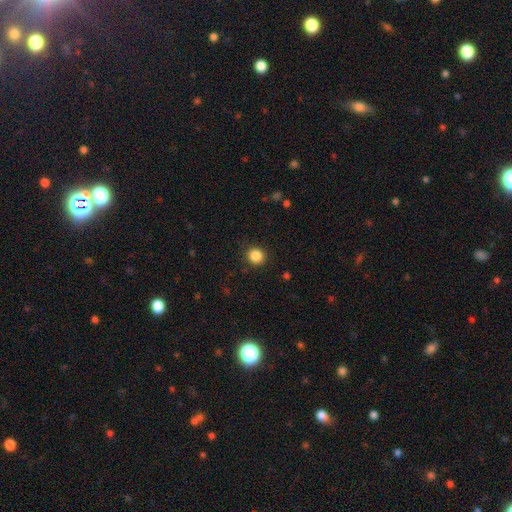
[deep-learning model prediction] A smooth galaxy with no disk features (86%) that is round (87%).

Vote fractions:
- Smooth or featured? smooth: 86% / star or artifact: 10% / featured or disk: 3%
- How rounded? round: 87% / in between: 12% / cigar-shaped: 1%
- Merging? none: 89% / minor disturbance: 7% / major disturbance: 3% / merger: 1%